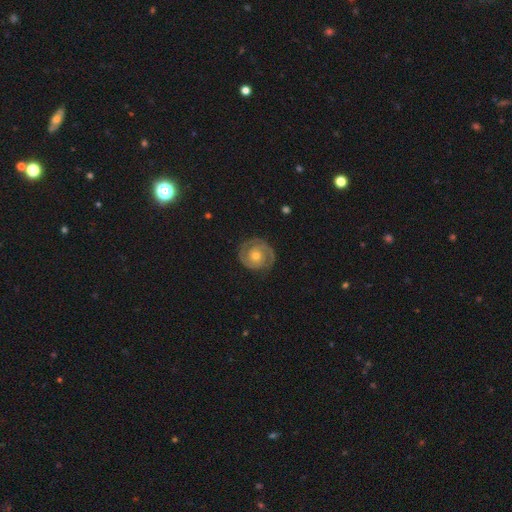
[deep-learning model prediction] Morphology: type=featured or disk (88%); edge-on=no (98%); bar=no (75%); spiral arms=yes (97%); winding=tight (69%); arm count=2 (90%); bulge=moderate (64%); merging=none (85%).